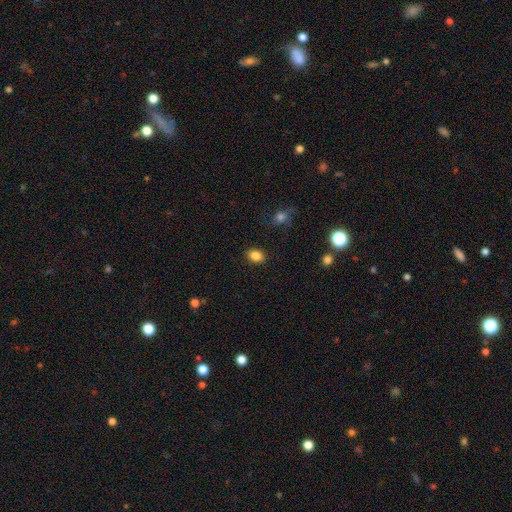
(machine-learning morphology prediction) smooth-or-featured: smooth: 85% | star or artifact: 10% | featured or disk: 5%
  how-rounded: in between: 63% | round: 36% | cigar-shaped: 1%
  merging: none: 88% | minor disturbance: 9% | major disturbance: 2% | merger: 1%